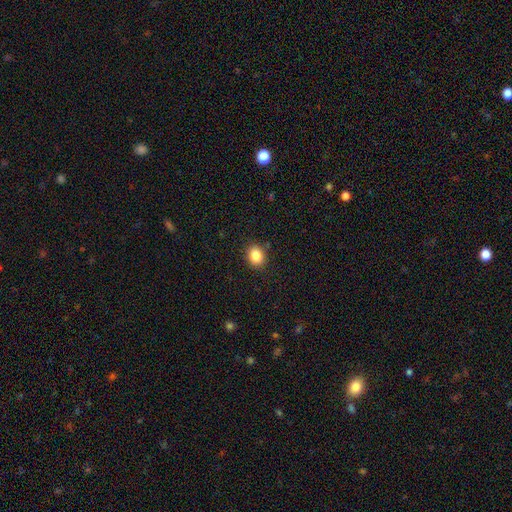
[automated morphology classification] type=smooth (85%); roundness=round (57%); merging=none (89%).